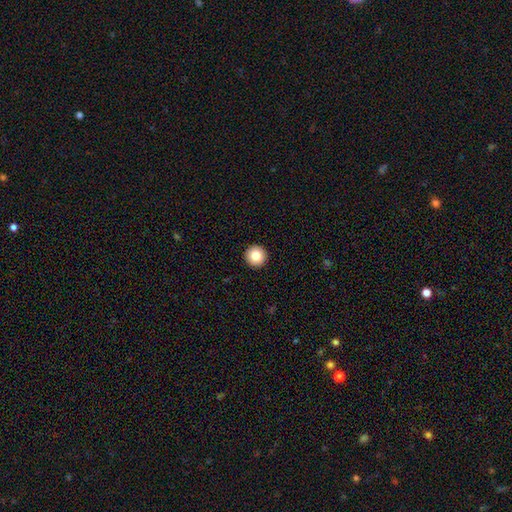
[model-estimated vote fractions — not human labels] Q: Smooth or featured?
A: smooth (84%); runner-up: star or artifact (9%)
Q: How rounded?
A: round (96%); runner-up: in between (3%)
Q: Merging?
A: none (94%); runner-up: minor disturbance (4%)